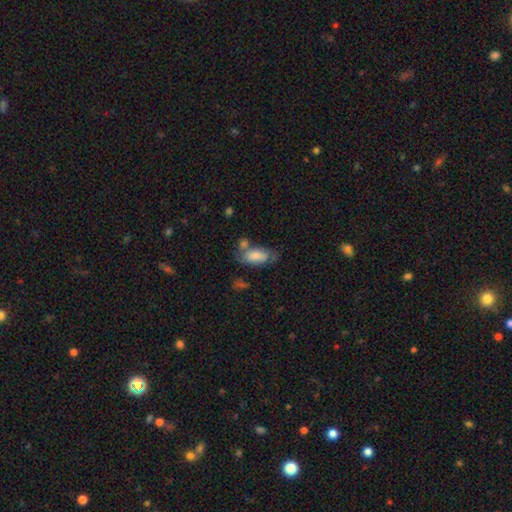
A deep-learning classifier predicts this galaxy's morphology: This is likely a smooth galaxy (74%). How rounded: clearly in between (88%). Merging: possibly none (46%).